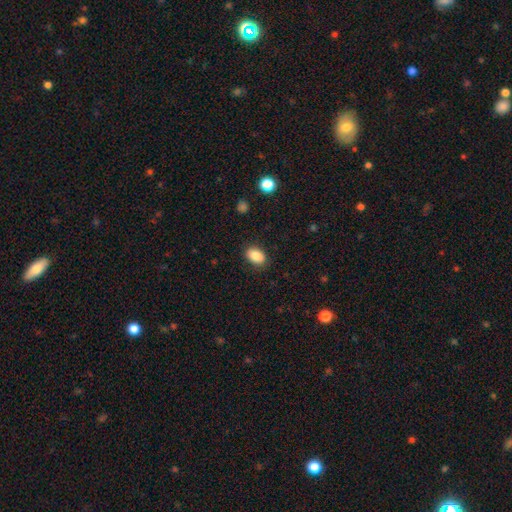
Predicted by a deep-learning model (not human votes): Morphology: type=smooth (87%); roundness=in between (82%); merging=none (87%).